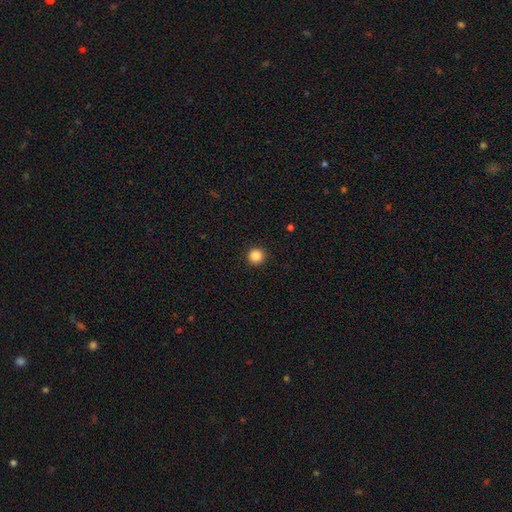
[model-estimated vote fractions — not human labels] smooth-or-featured: smooth: 86% | star or artifact: 10% | featured or disk: 3%
  how-rounded: round: 96% | in between: 3% | cigar-shaped: 1%
  merging: none: 93% | minor disturbance: 4% | major disturbance: 2% | merger: 1%